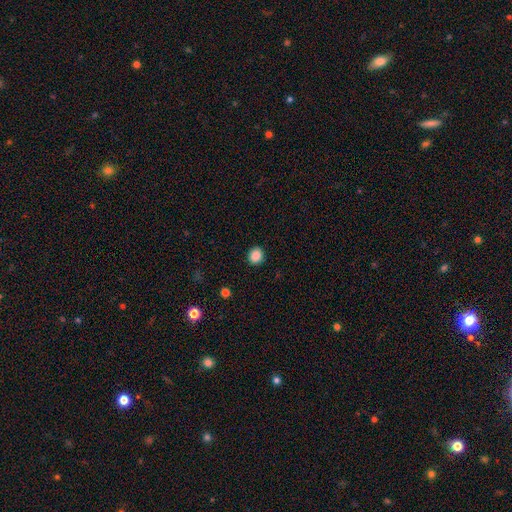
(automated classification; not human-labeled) A smooth galaxy with no disk features (88%) that is round (79%). Merging: none (91%).